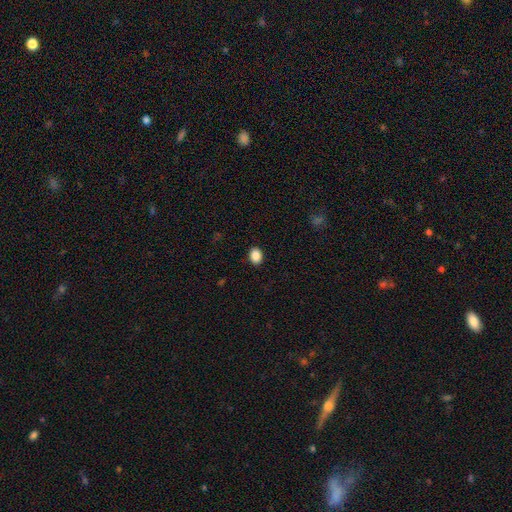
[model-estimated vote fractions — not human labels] Smooth or featured?
  - smooth: 88% *
  - star or artifact: 9%
  - featured or disk: 3%
How rounded?
  - in between: 67% *
  - round: 32%
  - cigar-shaped: 1%
Merging?
  - none: 90% *
  - minor disturbance: 7%
  - major disturbance: 2%
  - merger: 1%